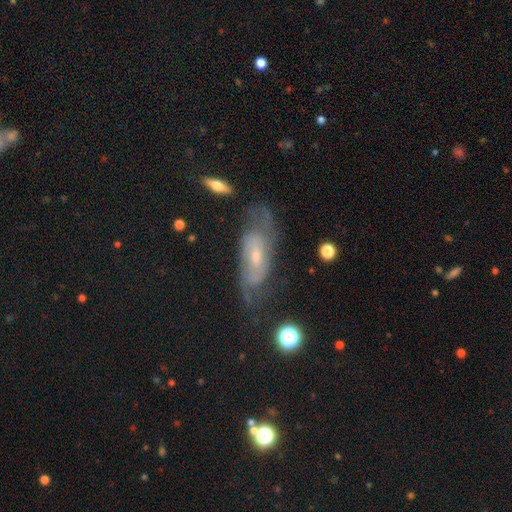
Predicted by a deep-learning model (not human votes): Smooth or featured? Predicted: featured or disk (p=0.73). Edge-on disk? Predicted: no (p=0.87). Bar? Predicted: no (p=0.49). Spiral arms? Predicted: yes (p=0.88). Spiral winding? Predicted: medium (p=0.41). Spiral arm count? Predicted: 2 (p=0.52). Bulge size? Predicted: small (p=0.59). Merging? Predicted: none (p=0.63).